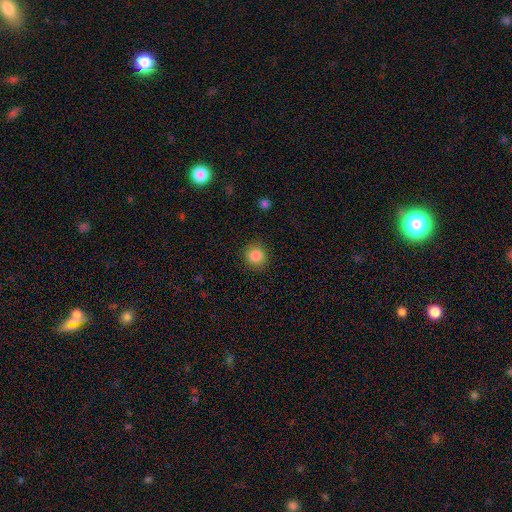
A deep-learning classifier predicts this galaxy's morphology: Smooth or featured?
  - smooth: 87% *
  - star or artifact: 10%
  - featured or disk: 4%
How rounded?
  - round: 91% *
  - in between: 8%
  - cigar-shaped: 1%
Merging?
  - none: 88% *
  - minor disturbance: 8%
  - major disturbance: 3%
  - merger: 1%